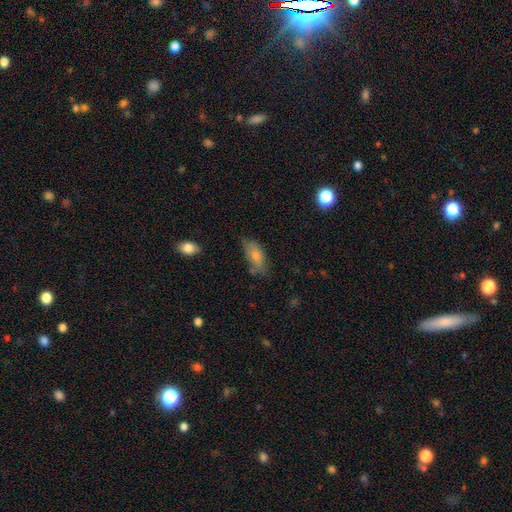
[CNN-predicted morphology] Overall: smooth (77%). How rounded: in between (89%). Merging: none (56%; minor disturbance 31%).